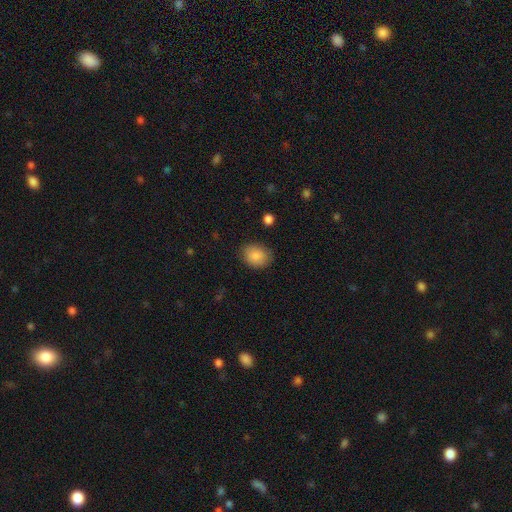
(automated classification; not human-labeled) Smooth or featured? smooth (87%)
How rounded? in between (54%)
Merging? none (82%)